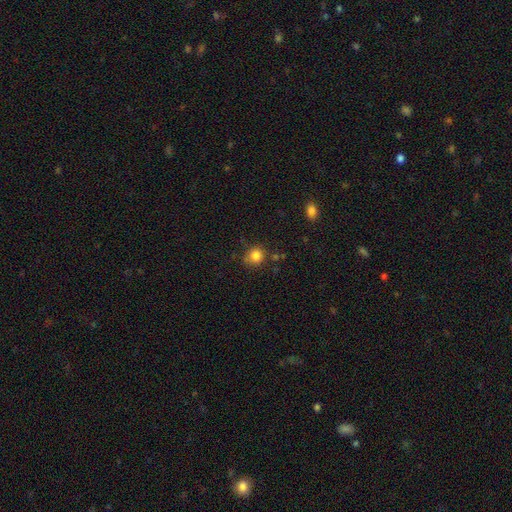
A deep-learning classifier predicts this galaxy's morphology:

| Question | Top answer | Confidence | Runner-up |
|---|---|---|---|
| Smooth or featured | smooth | 83% | star or artifact (11%) |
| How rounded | round | 87% | in between (12%) |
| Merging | none | 77% | minor disturbance (14%) |